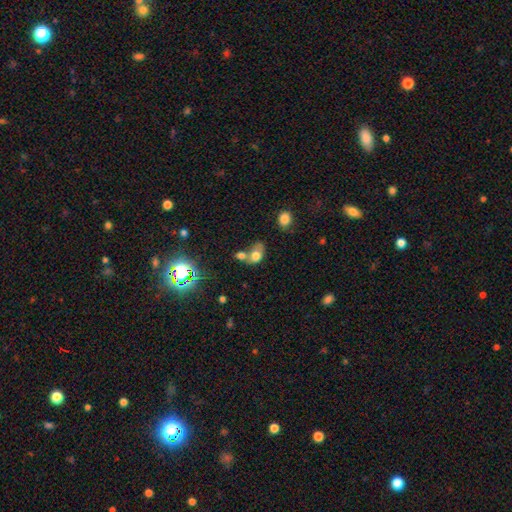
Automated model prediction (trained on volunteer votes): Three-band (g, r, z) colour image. It shows a smooth galaxy with no disk features (70%) that is in between round and cigar-shaped (65%). Merging: merger (56%).